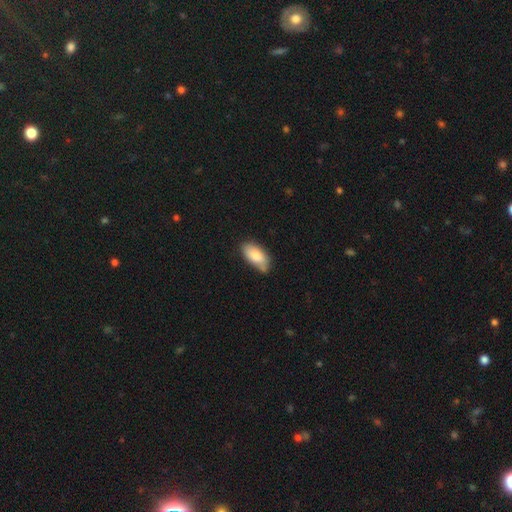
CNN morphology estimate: Overall: smooth (81%). How rounded: in between (92%). Merging: none (68%).